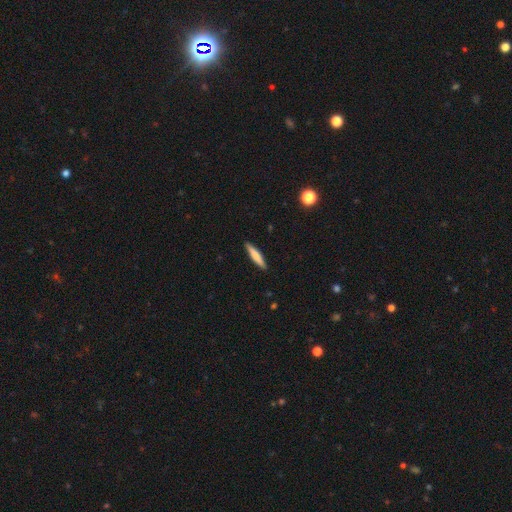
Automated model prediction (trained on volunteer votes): A smooth galaxy with no disk features (71%) that is cigar-shaped (90%). Merging: none (90%).